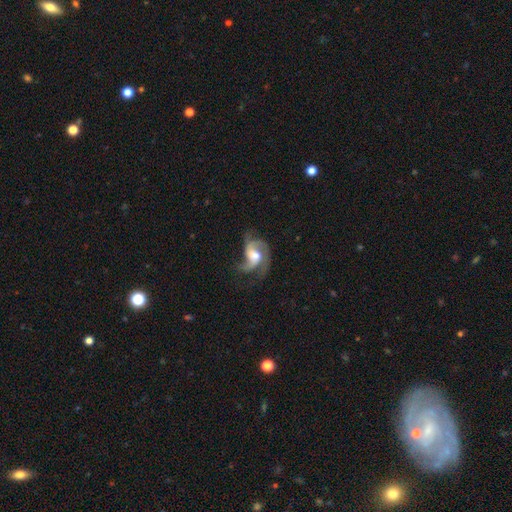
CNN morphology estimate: A featured or disk galaxy (82%) with no bar (46%), 3 (44%) medium (46%) spiral arms (94%) and a moderate central bulge (61%). Merging: none (41%).